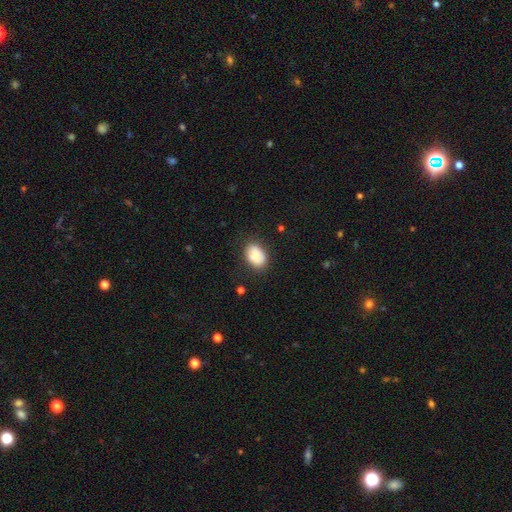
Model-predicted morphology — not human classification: Smooth or featured: smooth — 80% (featured or disk — 13%)
How rounded: in between — 82% (round — 17%)
Merging: none — 79% (minor disturbance — 16%)